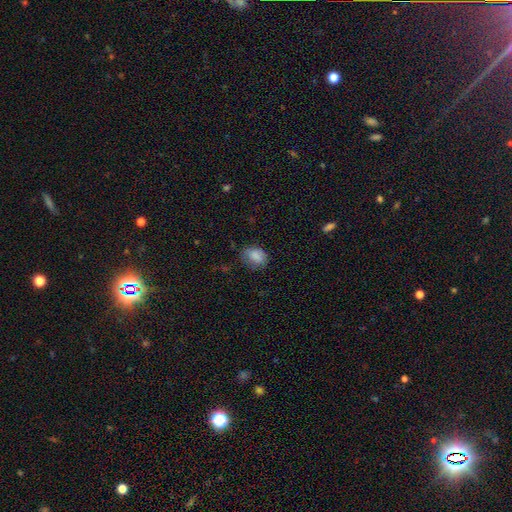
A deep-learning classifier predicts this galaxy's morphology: A smooth galaxy with no disk features (84%) that is in between round and cigar-shaped (70%). Merging: none (64%).